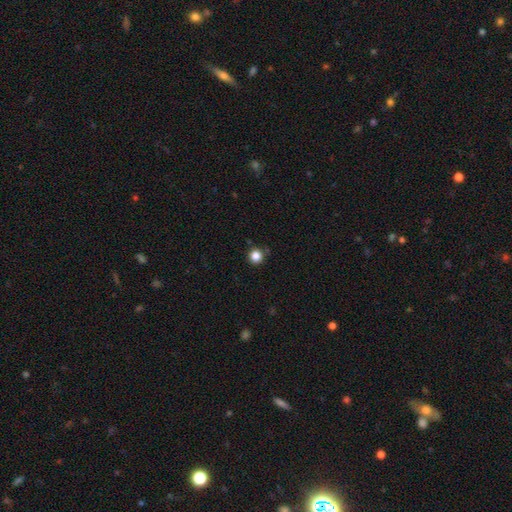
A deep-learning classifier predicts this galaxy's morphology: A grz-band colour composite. It shows a smooth galaxy with no disk features (84%) that is round (95%). Merging: none (90%).